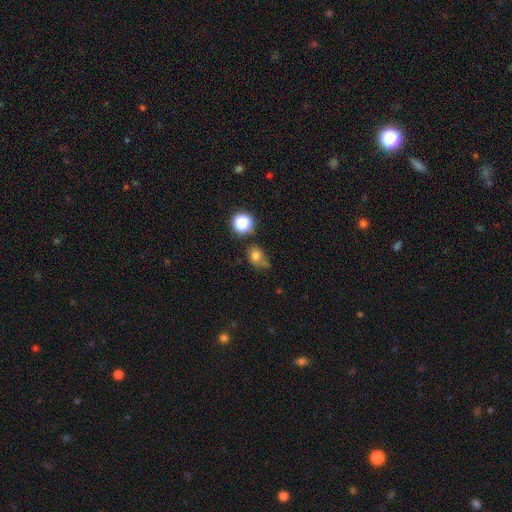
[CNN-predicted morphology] smooth 74%, star or artifact 17%, featured or disk 9%. Down the decision tree: how rounded — round (56%); merging — none (49%).